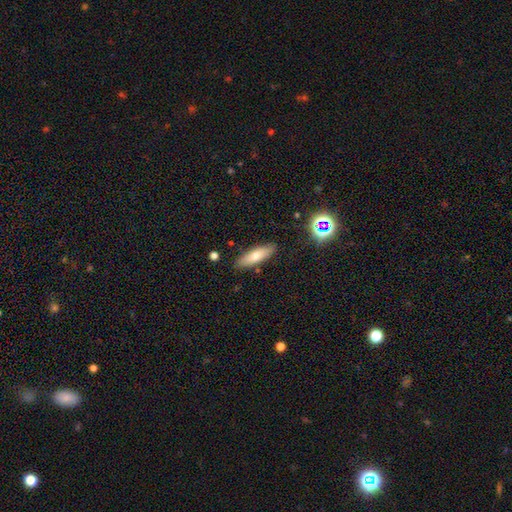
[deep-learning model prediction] Morphology: type=smooth (68%); roundness=cigar-shaped (50%); merging=none (86%).